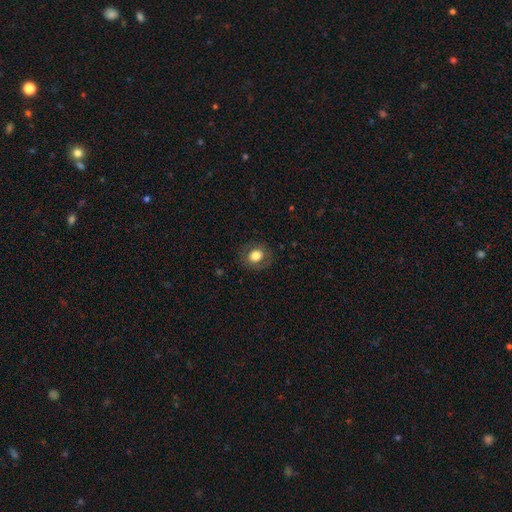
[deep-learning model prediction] Smooth or featured? Predicted: smooth (p=0.75). How rounded? Predicted: round (p=0.64). Merging? Predicted: none (p=0.84).